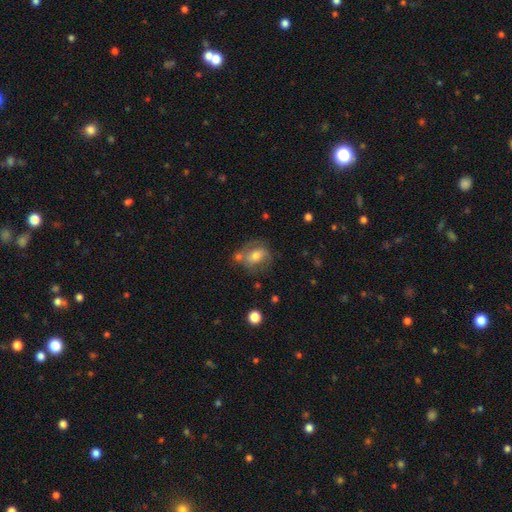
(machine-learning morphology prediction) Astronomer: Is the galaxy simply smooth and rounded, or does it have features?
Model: smooth — 48% (runner-up: featured or disk, 43%).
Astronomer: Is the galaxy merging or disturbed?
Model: none — 53%.